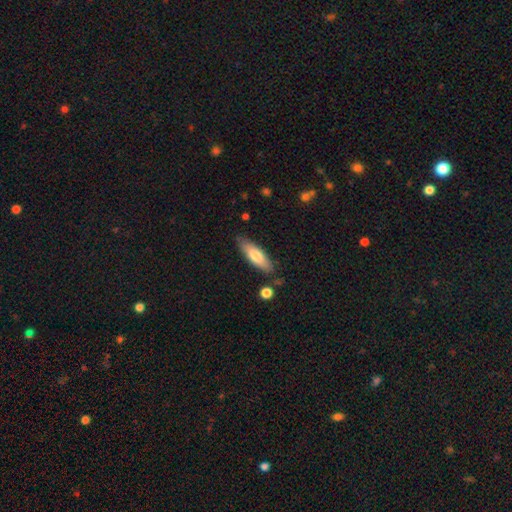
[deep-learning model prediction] smooth_or_featured: smooth (p=0.73) [alt: featured or disk p=0.22]
how_rounded: cigar-shaped (p=0.50) [alt: in between p=0.48]
merging: none (p=0.82) [alt: minor disturbance p=0.13]